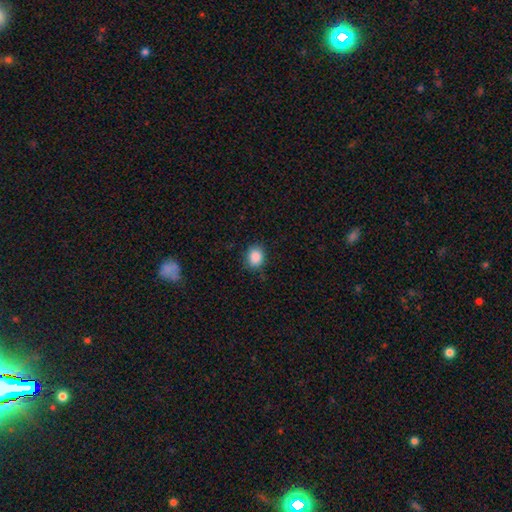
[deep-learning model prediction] A smooth galaxy with no disk features (88%) that is round (55%).

Vote fractions:
- Smooth or featured? smooth: 88% / star or artifact: 9% / featured or disk: 4%
- How rounded? round: 55% / in between: 44% / cigar-shaped: 1%
- Merging? none: 81% / minor disturbance: 14% / major disturbance: 3% / merger: 1%